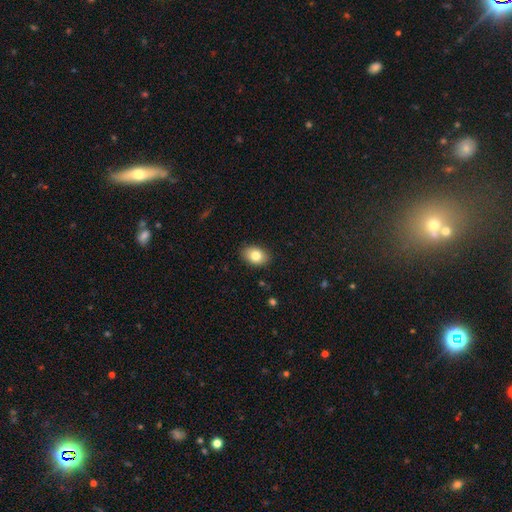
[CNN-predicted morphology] This appears to be a smooth galaxy with no disk features (81%) that is in between round and cigar-shaped (81%). Merging: none (88%).